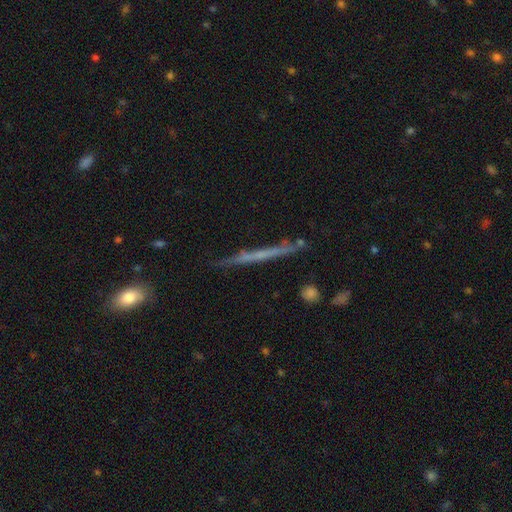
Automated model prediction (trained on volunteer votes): smooth_or_featured: featured or disk (p=0.55) [alt: smooth p=0.35]
disk_edge_on: yes (p=0.94) [alt: no p=0.06]
edge_on_bulge: none (p=0.84) [alt: rounded p=0.10]
merging: none (p=0.80) [alt: minor disturbance p=0.14]